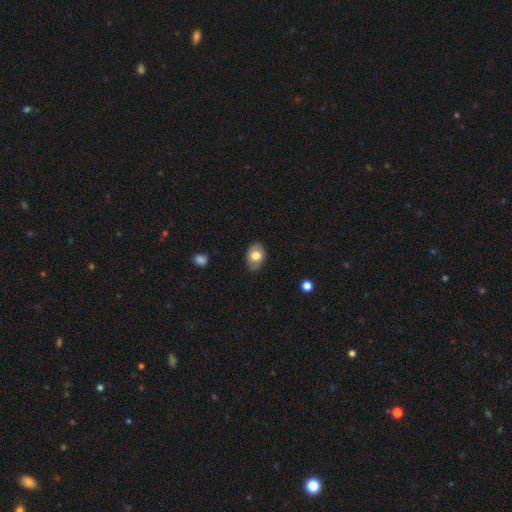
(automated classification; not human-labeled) smooth-or-featured: smooth: 76% | featured or disk: 17% | star or artifact: 7%
  how-rounded: in between: 82% | round: 16% | cigar-shaped: 1%
  merging: none: 76% | minor disturbance: 19% | major disturbance: 3% | merger: 1%